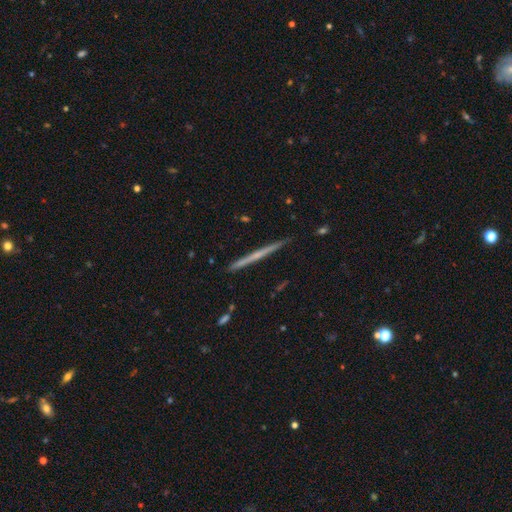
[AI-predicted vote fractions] The model was most divided on "smooth or featured": featured or disk: 62%, smooth: 32%, star or artifact: 6%. More confident: edge-on disk — yes (98%); merging — none (92%); edge-on bulge — none (72%).